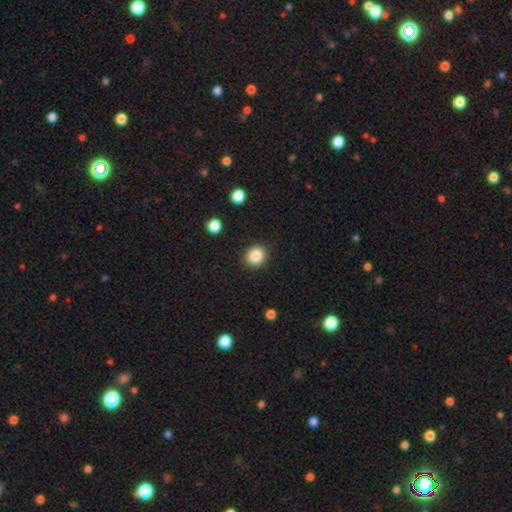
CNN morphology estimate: smooth 86%, star or artifact 10%, featured or disk 4%. Down the decision tree: how rounded — round (83%); merging — none (90%).